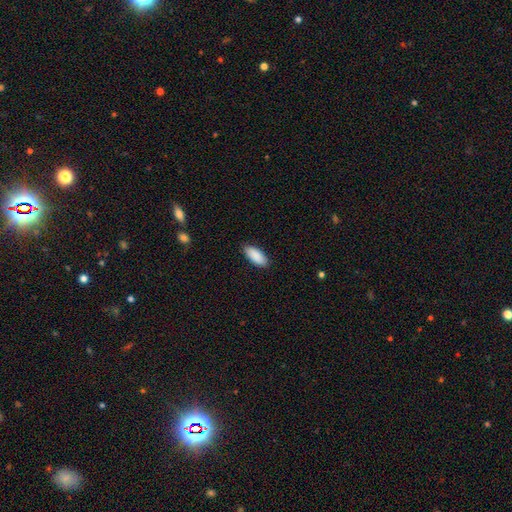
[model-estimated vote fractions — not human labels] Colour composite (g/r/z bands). It shows a smooth galaxy with no disk features (91%) that is in between round and cigar-shaped (85%). Merging: none (87%).